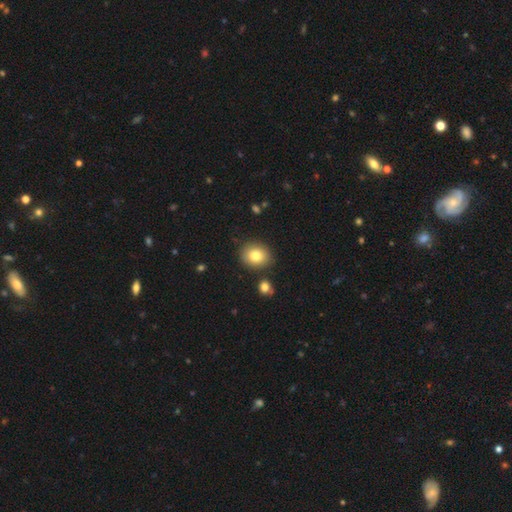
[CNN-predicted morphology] Smooth or featured? smooth (81%)
How rounded? round (65%)
Merging? none (84%)